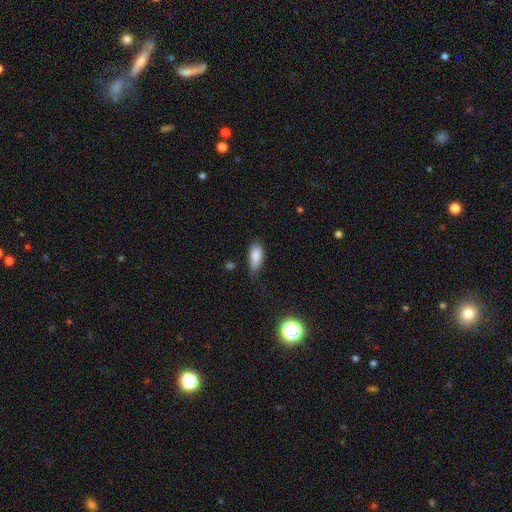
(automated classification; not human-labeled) Smooth or featured? smooth (82%)
How rounded? in between (84%)
Merging? none (48%)